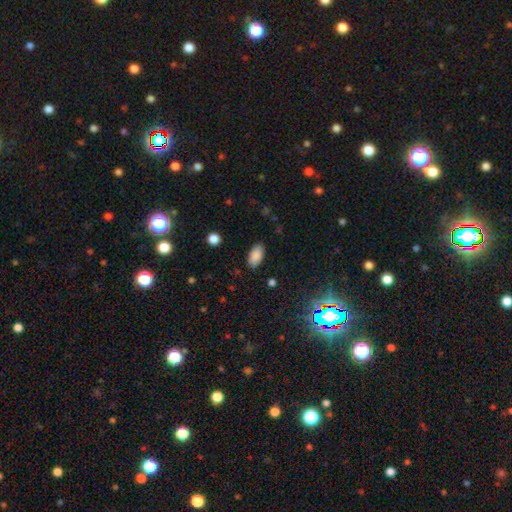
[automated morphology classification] type=smooth (87%); roundness=in between (94%); merging=none (87%).